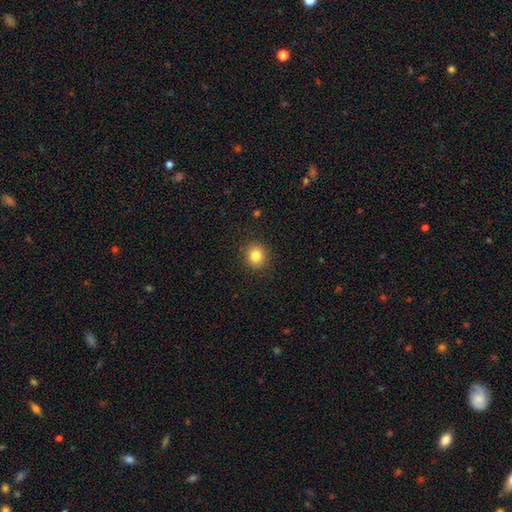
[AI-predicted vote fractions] The model was most divided on "how rounded": round: 84%, in between: 15%, cigar-shaped: 1%. More confident: merging — none (90%); smooth or featured — smooth (83%).